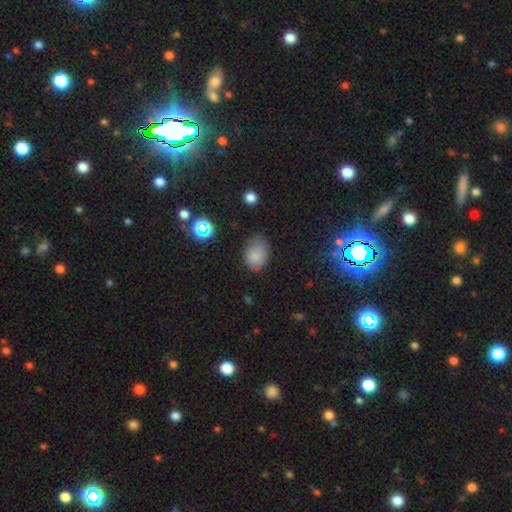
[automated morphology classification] Overall: smooth (78%). How rounded: in between (75%). Merging: none (61%; minor disturbance 30%).